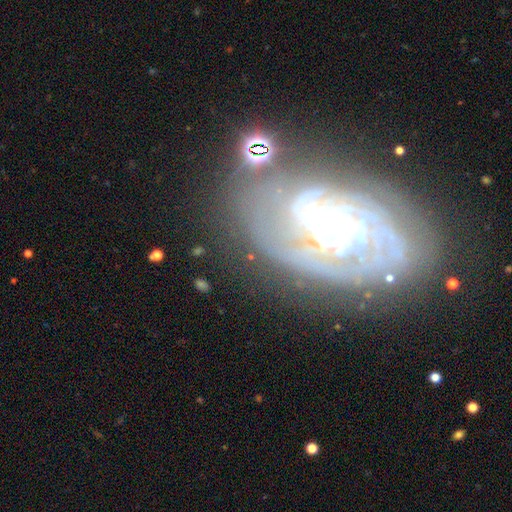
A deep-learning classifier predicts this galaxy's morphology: A featured or disk galaxy (80%) with a weak bar (36%), tight (70%) spiral arms (91%) and a small central bulge (32%, tied with moderate).

Vote fractions:
- Smooth or featured? featured or disk: 80% / star or artifact: 10% / smooth: 10%
- Edge-on disk? no: 94% / yes: 6%
- Bar? weak: 36% / no: 35% / strong: 29%
- Spiral arms? yes: 91% / no: 9%
- Spiral winding? tight: 70% / medium: 23% / loose: 7%
- Spiral arm count? can't tell: 38% / 2: 20% / 3: 17% / 4: 10% / more than 4: 8% / 1: 7%
- Bulge size? small: 32% (tied) / moderate: 32% (tied) / none: 21% / large: 13% / dominant: 3%
- Merging? none: 65% / minor disturbance: 19% / major disturbance: 11% / merger: 5%